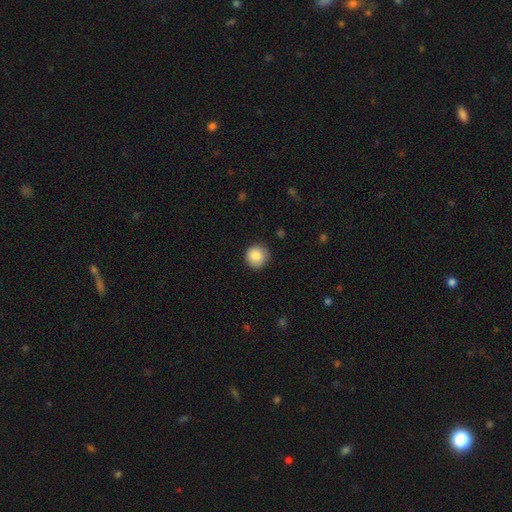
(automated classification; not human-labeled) Smooth or featured? smooth (88%)
How rounded? round (94%)
Merging? none (86%)